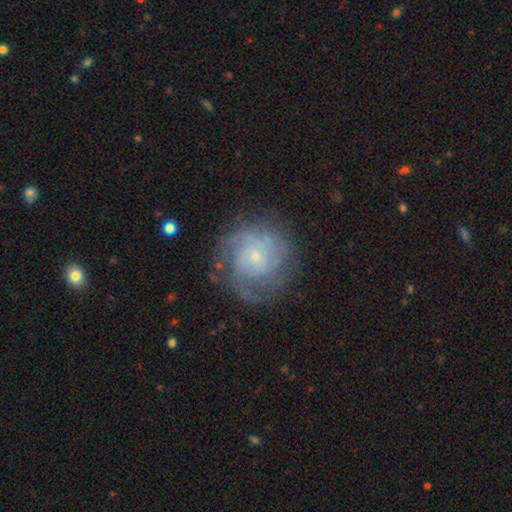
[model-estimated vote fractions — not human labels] A featured or disk galaxy (76%) with no bar (79%), tight (59%) spiral arms (92%) and a small central bulge (82%).

Vote fractions:
- Smooth or featured? featured or disk: 76% / smooth: 16% / star or artifact: 8%
- Edge-on disk? no: 98% / yes: 2%
- Bar? no: 79% / weak: 19% / strong: 3%
- Spiral arms? yes: 92% / no: 8%
- Spiral winding? tight: 59% / medium: 31% / loose: 10%
- Spiral arm count? can't tell: 34% / 3: 22% / 4: 16% / 2: 14% / more than 4: 7% / 1: 6%
- Bulge size? small: 82% / moderate: 13% / none: 3% / large: 1% / dominant: 1%
- Merging? none: 73% / minor disturbance: 16% / major disturbance: 9% / merger: 1%